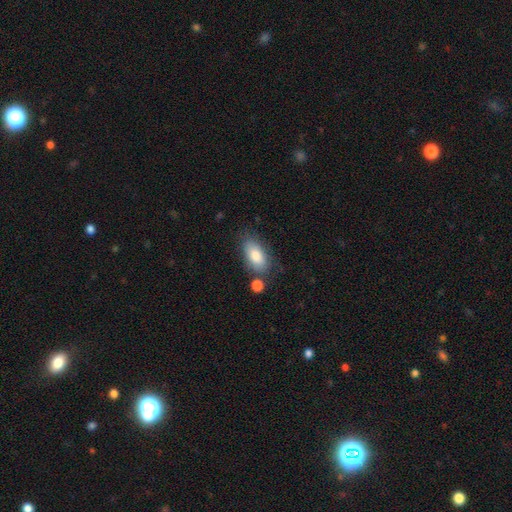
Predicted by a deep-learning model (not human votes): The model was most divided on "merging": none: 68%, minor disturbance: 17%, merger: 9%, major disturbance: 5%. More confident: how rounded — in between (90%); smooth or featured — smooth (81%).